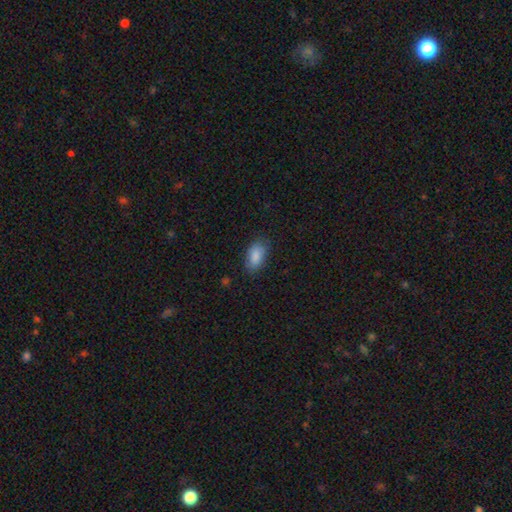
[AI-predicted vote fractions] Q: Smooth or featured?
A: smooth (87%); runner-up: star or artifact (7%)
Q: How rounded?
A: in between (91%); runner-up: round (4%)
Q: Merging?
A: none (79%); runner-up: minor disturbance (16%)